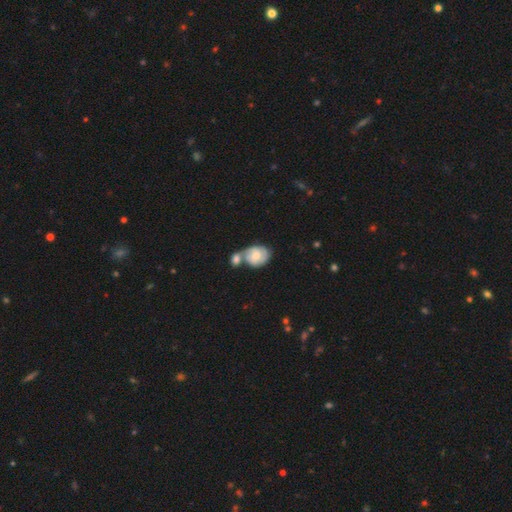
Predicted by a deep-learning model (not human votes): smooth_or_featured: featured or disk (p=0.52) [alt: smooth p=0.41]
disk_edge_on: no (p=0.97) [alt: yes p=0.03]
bar: no (p=0.55) [alt: weak p=0.38]
has_spiral_arms: yes (p=0.81) [alt: no p=0.19]
bulge_size: moderate (p=0.51) [alt: small p=0.37]
merging: merger (p=0.59) [alt: none p=0.23]